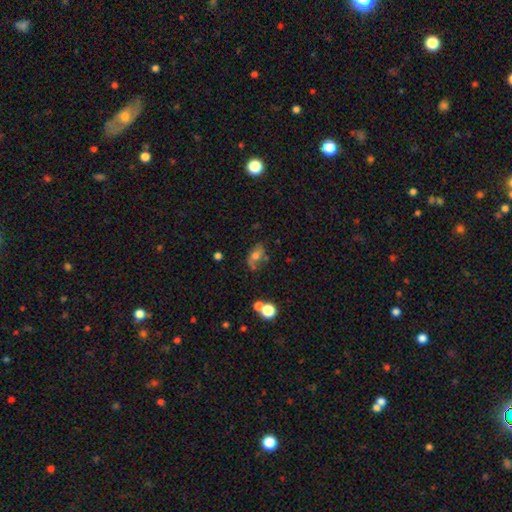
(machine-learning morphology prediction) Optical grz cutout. It shows a smooth galaxy with no disk features (53%) that is in between round and cigar-shaped (79%). Merging: none (56%).